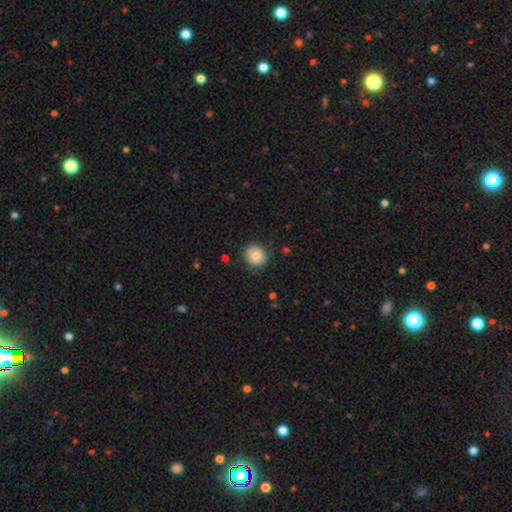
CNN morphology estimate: Overall: smooth (85%). How rounded: round (84%). Merging: none (84%).